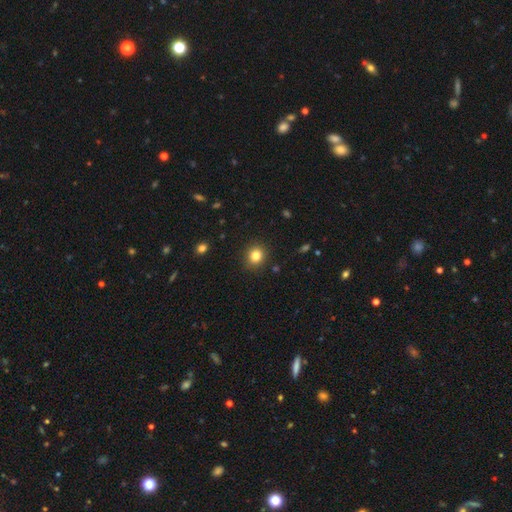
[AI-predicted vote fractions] A smooth galaxy with no disk features (83%) that is round (82%).

Vote fractions:
- Smooth or featured? smooth: 83% / star or artifact: 12% / featured or disk: 6%
- How rounded? round: 82% / in between: 17% / cigar-shaped: 1%
- Merging? none: 90% / minor disturbance: 7% / major disturbance: 2% / merger: 1%